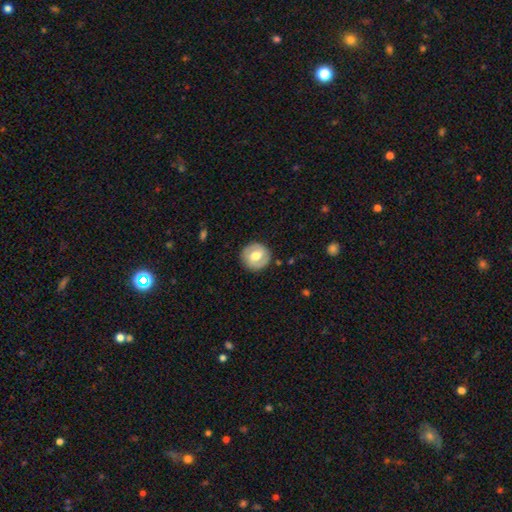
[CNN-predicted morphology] A featured or disk galaxy (54%) with a weak bar (45%), spiral arms (66%) and a moderate central bulge (67%). Merging: none (87%).